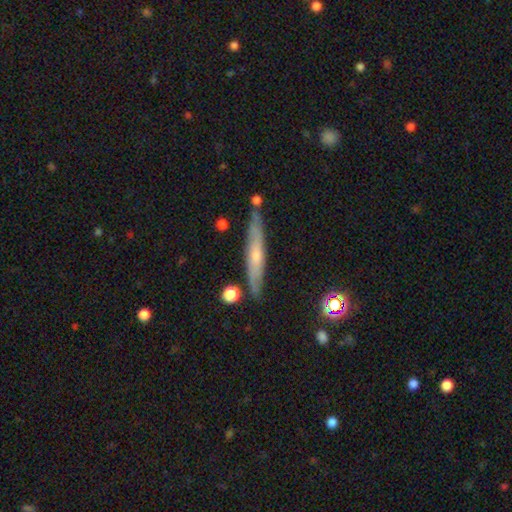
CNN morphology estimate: smooth-or-featured: featured or disk: 53% | smooth: 40% | star or artifact: 7%
  disk-edge-on: yes: 86% | no: 14%
  merging: none: 80% | minor disturbance: 14% | merger: 4% | major disturbance: 2%